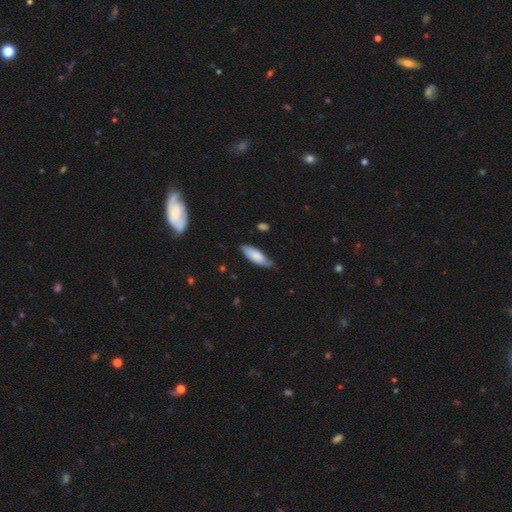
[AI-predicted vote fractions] Smooth or featured?
  - smooth: 79% *
  - featured or disk: 15%
  - star or artifact: 6%
How rounded?
  - in between: 67% *
  - cigar-shaped: 31%
  - round: 2%
Merging?
  - none: 65% *
  - minor disturbance: 28%
  - major disturbance: 5%
  - merger: 2%